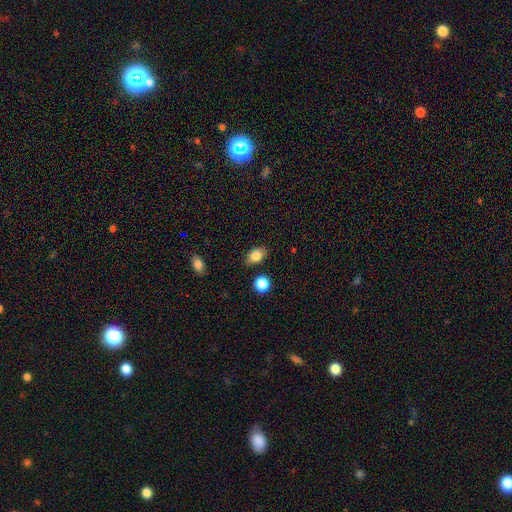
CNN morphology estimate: Smooth or featured: smooth — 81% (featured or disk — 10%)
How rounded: in between — 77% (round — 21%)
Merging: none — 82% (minor disturbance — 12%)